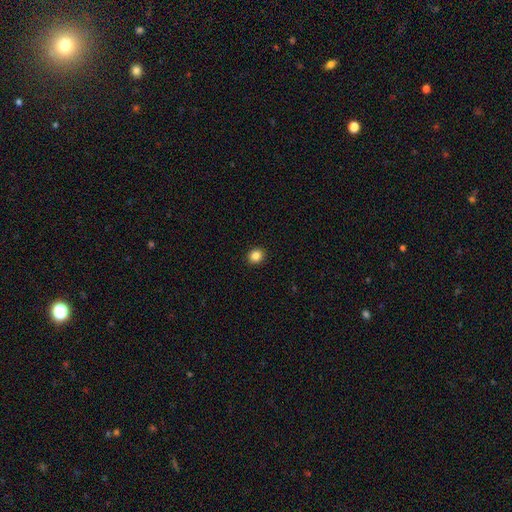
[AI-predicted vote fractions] smooth-or-featured: smooth: 86% | star or artifact: 10% | featured or disk: 3%
  how-rounded: round: 83% | in between: 16% | cigar-shaped: 1%
  merging: none: 92% | minor disturbance: 5% | major disturbance: 2% | merger: 1%